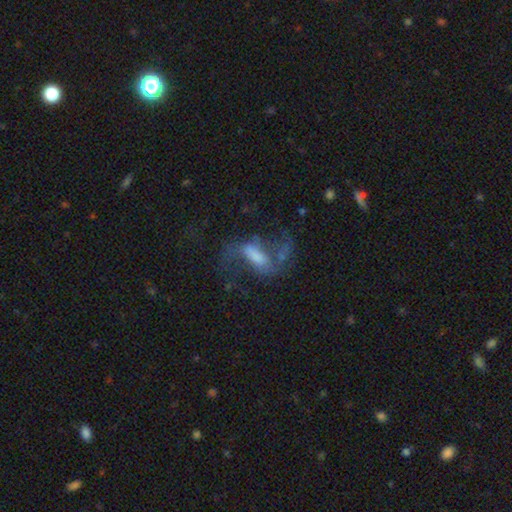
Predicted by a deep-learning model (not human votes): A featured or disk galaxy (73%) with a weak bar (41%, tied with strong), 2 (88%) loose (73%) spiral arms (88%) and a moderate central bulge (32%).

Vote fractions:
- Smooth or featured? featured or disk: 73% / smooth: 17% / star or artifact: 10%
- Edge-on disk? no: 93% / yes: 7%
- Bar? weak: 41% (tied) / strong: 41% (tied) / no: 18%
- Spiral arms? yes: 88% / no: 12%
- Spiral winding? loose: 73% / medium: 22% / tight: 4%
- Spiral arm count? 2: 88% / can't tell: 4% / 1: 4% / 3: 1% / 4: 1% / more than 4: 1%
- Bulge size? moderate: 32% / none: 24% / small: 23% / large: 18% / dominant: 3%
- Merging? none: 50% / major disturbance: 28% / minor disturbance: 16% / merger: 6%